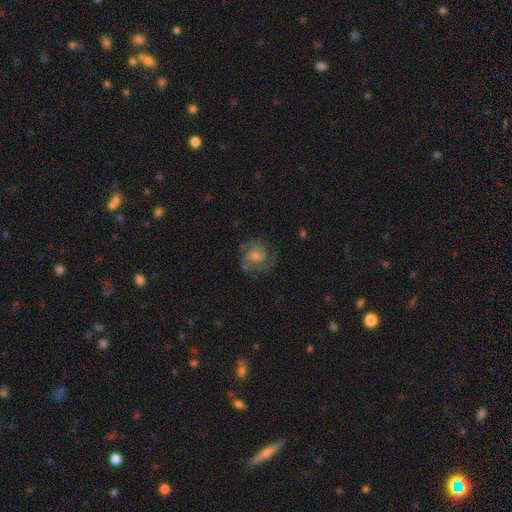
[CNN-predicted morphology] This appears to be a featured or disk galaxy (71%) with no bar (52%), 2 (51%) medium (49%) spiral arms (91%) and a small central bulge (42%). Merging: none (69%).